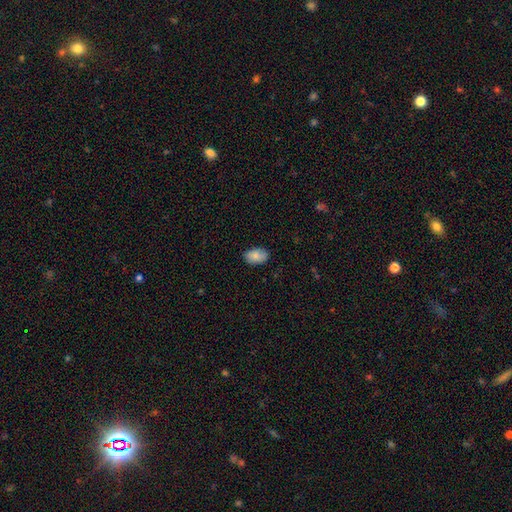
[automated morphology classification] type=smooth (85%); roundness=in between (91%); merging=none (82%).